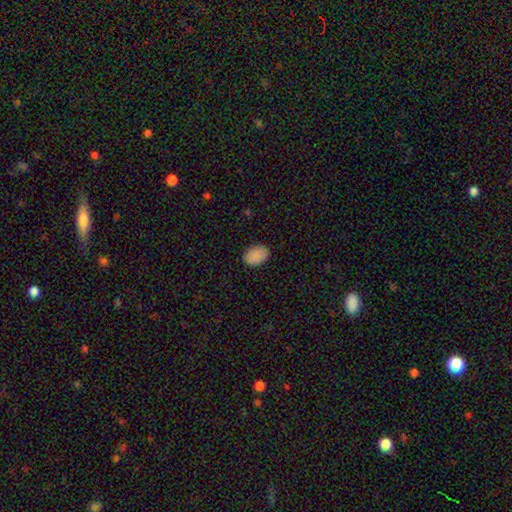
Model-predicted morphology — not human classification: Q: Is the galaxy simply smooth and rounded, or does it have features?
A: smooth — 89%.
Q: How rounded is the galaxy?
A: in between — 84%.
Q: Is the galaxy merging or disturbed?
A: none — 86%.